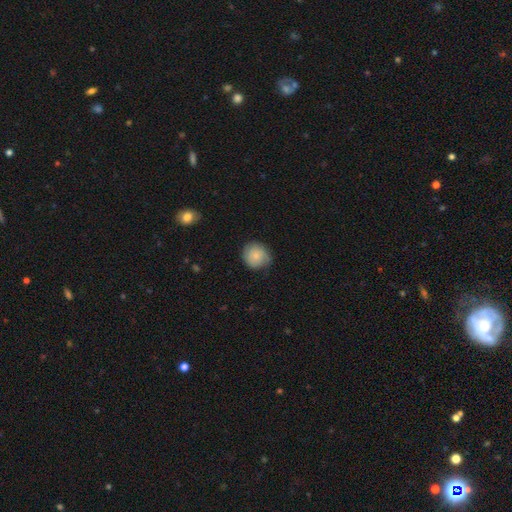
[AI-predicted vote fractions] Q: Smooth or featured?
A: smooth (70%); runner-up: featured or disk (23%)
Q: How rounded?
A: round (85%); runner-up: in between (14%)
Q: Merging?
A: none (69%); runner-up: minor disturbance (24%)